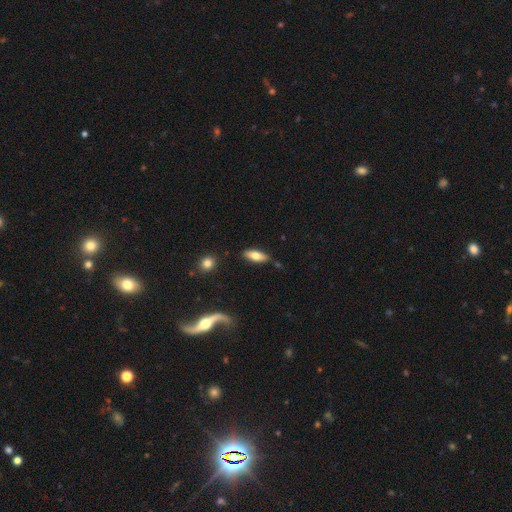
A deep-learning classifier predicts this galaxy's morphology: The model was most divided on "smooth or featured": smooth: 69%, featured or disk: 25%, star or artifact: 6%. More confident: merging — none (80%); how rounded — in between (72%).